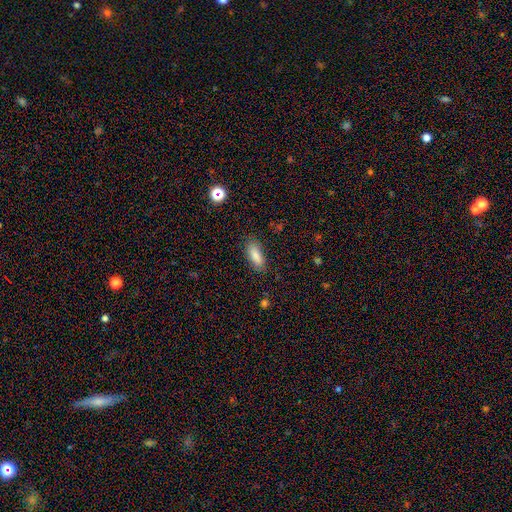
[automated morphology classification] smooth_or_featured: smooth (p=0.85) [alt: star or artifact p=0.08]
how_rounded: in between (p=0.73) [alt: cigar-shaped p=0.25]
merging: none (p=0.84) [alt: minor disturbance p=0.11]